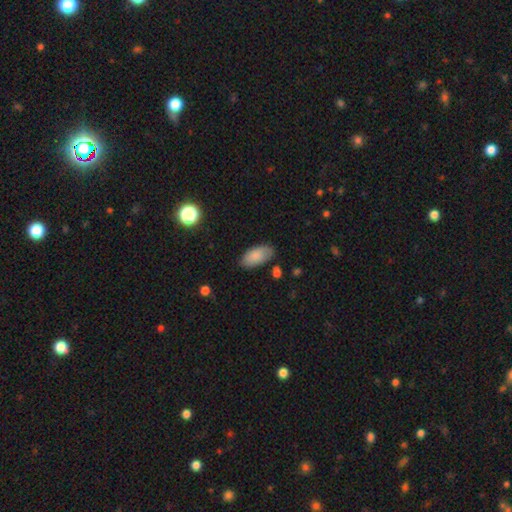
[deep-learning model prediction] The model was most divided on "merging": none: 80%, minor disturbance: 15%, major disturbance: 3%, merger: 2%. More confident: how rounded — in between (93%); smooth or featured — smooth (85%).